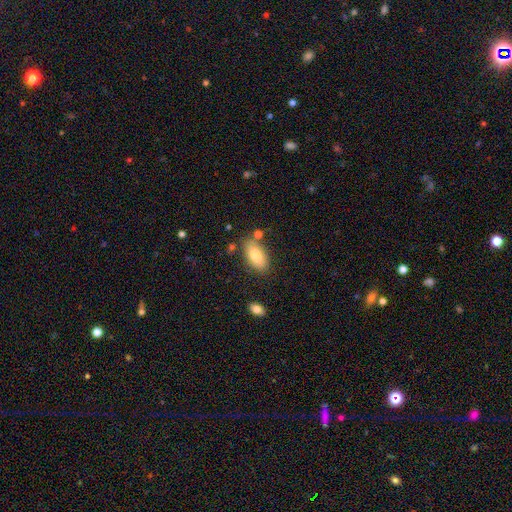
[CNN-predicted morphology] A smooth galaxy with no disk features (82%) that is in between round and cigar-shaped (92%).

Vote fractions:
- Smooth or featured? smooth: 82% / featured or disk: 11% / star or artifact: 7%
- How rounded? in between: 92% / cigar-shaped: 6% / round: 3%
- Merging? none: 76% / minor disturbance: 15% / merger: 6% / major disturbance: 4%